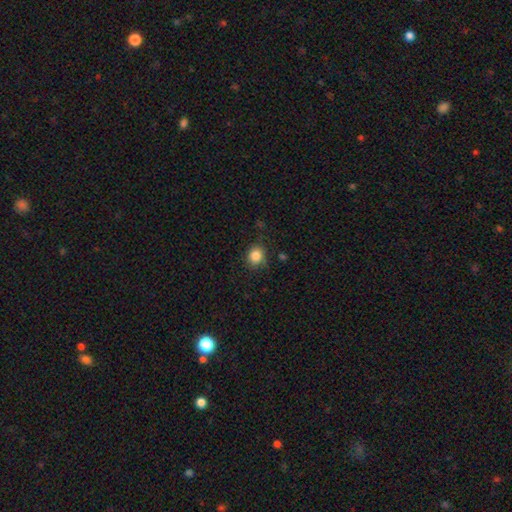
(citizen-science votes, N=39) smooth_or_featured: smooth (p=0.85) [alt: featured or disk p=0.08]
how_rounded: round (p=0.85) [alt: in between p=0.15]
merging: none (p=0.67) [alt: minor disturbance p=0.25]